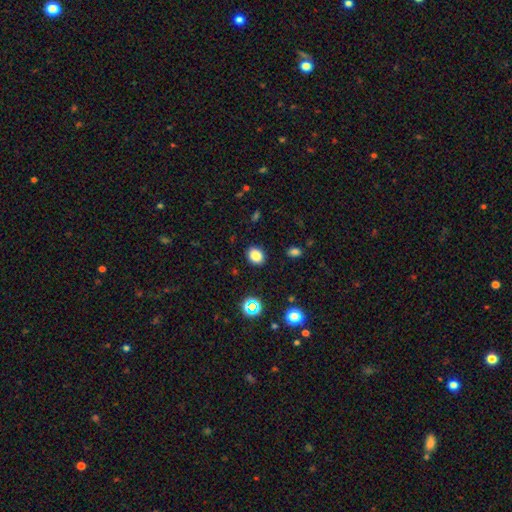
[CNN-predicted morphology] Q: Smooth or featured?
A: smooth (82%); runner-up: star or artifact (13%)
Q: How rounded?
A: round (54%); runner-up: in between (45%)
Q: Merging?
A: none (89%); runner-up: minor disturbance (7%)